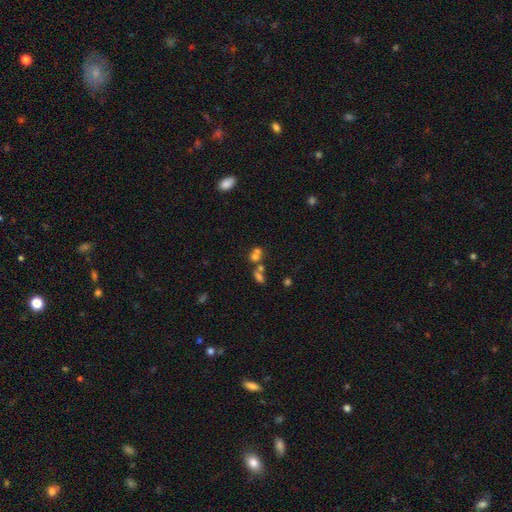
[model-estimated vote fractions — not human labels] Overall: smooth (58%; star or artifact 22%). How rounded: round (62%; in between 36%). Merging: merger (53%; none 33%).